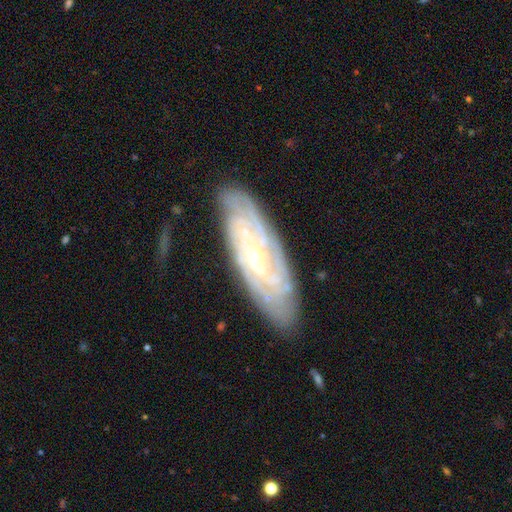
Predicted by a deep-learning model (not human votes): Smooth or featured: featured or disk — 86% (smooth — 9%)
Edge-on disk: no — 87% (yes — 13%)
Bar: no — 64% (weak — 26%)
Spiral arms: yes — 96% (no — 4%)
Spiral winding: tight — 77% (medium — 19%)
Spiral arm count: can't tell — 33% (4 — 20%)
Bulge size: small — 61% (moderate — 36%)
Merging: none — 81% (minor disturbance — 14%)